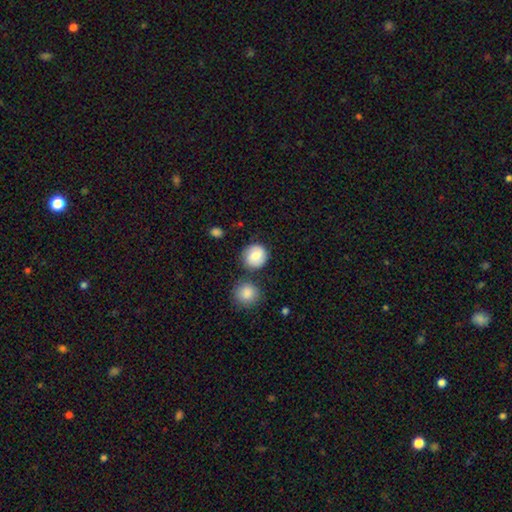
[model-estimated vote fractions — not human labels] Smooth or featured? smooth (78%)
How rounded? round (89%)
Merging? none (73%)